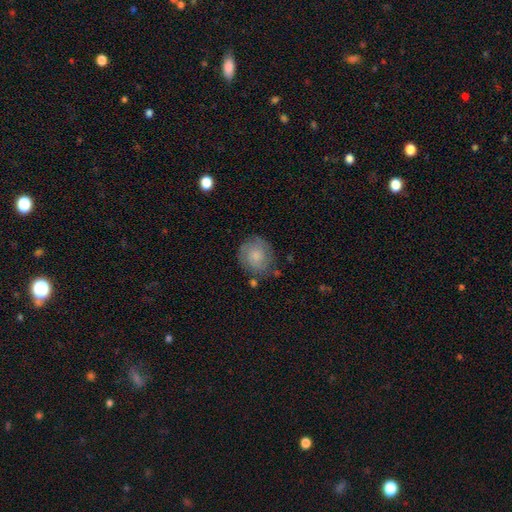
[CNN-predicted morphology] The model was most divided on "smooth or featured": featured or disk: 50%, smooth: 42%, star or artifact: 8%. More confident: edge-on disk — no (97%); merging — none (72%).